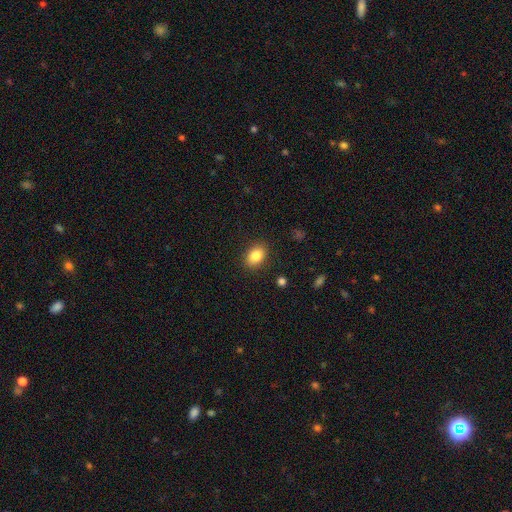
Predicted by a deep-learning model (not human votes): Smooth or featured? smooth (85%)
How rounded? in between (79%)
Merging? none (87%)